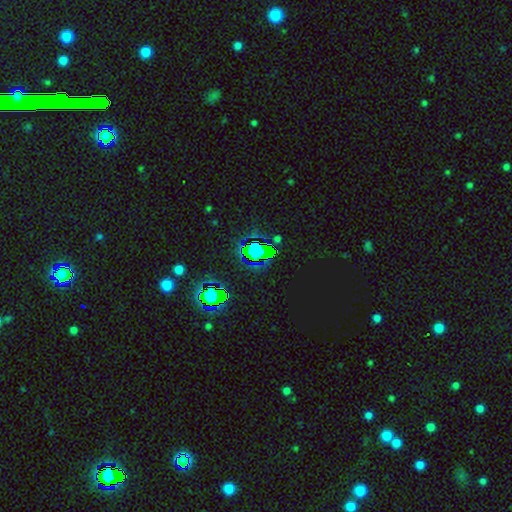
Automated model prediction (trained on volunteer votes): The model was most divided on "smooth or featured": star or artifact: 75%, smooth: 15%, featured or disk: 10%.